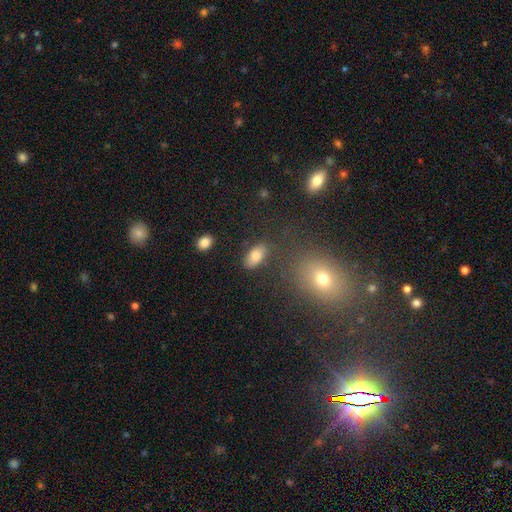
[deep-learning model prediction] Smooth or featured?
  - smooth: 81% *
  - featured or disk: 10%
  - star or artifact: 10%
How rounded?
  - in between: 91% *
  - round: 5%
  - cigar-shaped: 4%
Merging?
  - none: 80% *
  - minor disturbance: 12%
  - merger: 4%
  - major disturbance: 4%